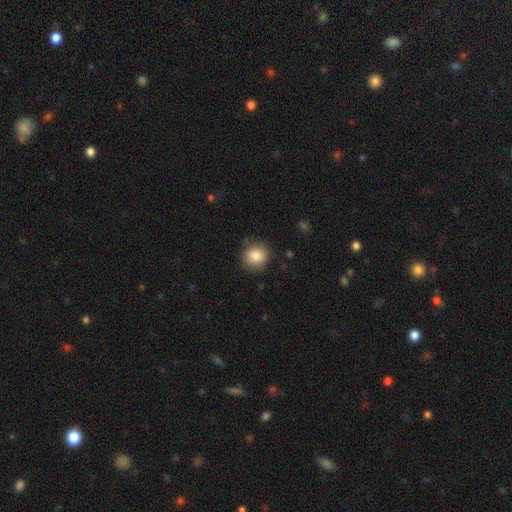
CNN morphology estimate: Smooth or featured? smooth (85%)
How rounded? round (83%)
Merging? none (86%)